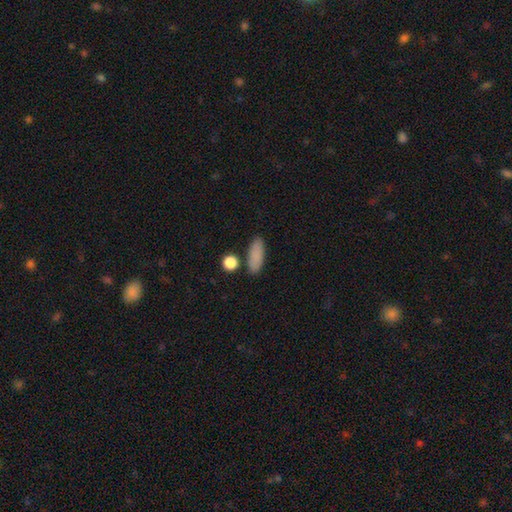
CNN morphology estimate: This appears to be a smooth galaxy with no disk features (86%) that is in between round and cigar-shaped (64%). Merging: none (79%).